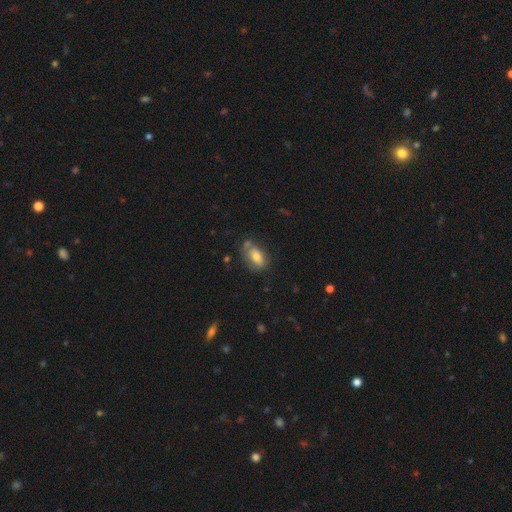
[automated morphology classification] Smooth or featured: smooth — 65% (featured or disk — 23%)
How rounded: in between — 86% (round — 10%)
Merging: none — 59% (minor disturbance — 24%)